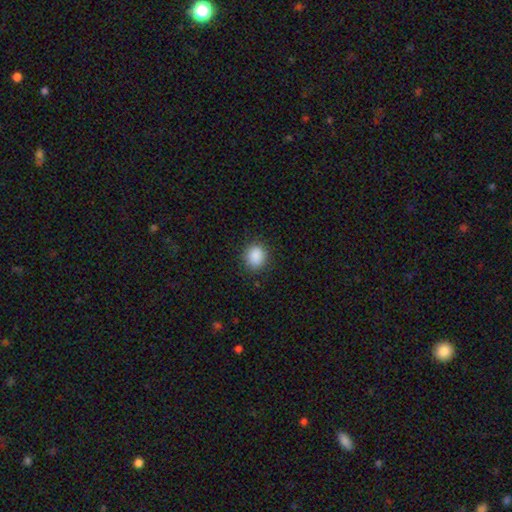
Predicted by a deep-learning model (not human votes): Smooth or featured?
  - smooth: 88% *
  - star or artifact: 9%
  - featured or disk: 3%
How rounded?
  - round: 69% *
  - in between: 30%
  - cigar-shaped: 1%
Merging?
  - none: 86% *
  - minor disturbance: 10%
  - major disturbance: 3%
  - merger: 1%